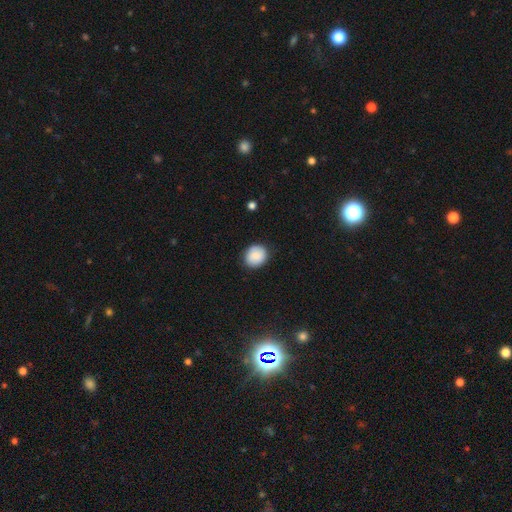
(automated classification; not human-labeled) smooth_or_featured: smooth (p=0.82) [alt: featured or disk p=0.11]
how_rounded: round (p=0.74) [alt: in between p=0.25]
merging: none (p=0.86) [alt: minor disturbance p=0.11]